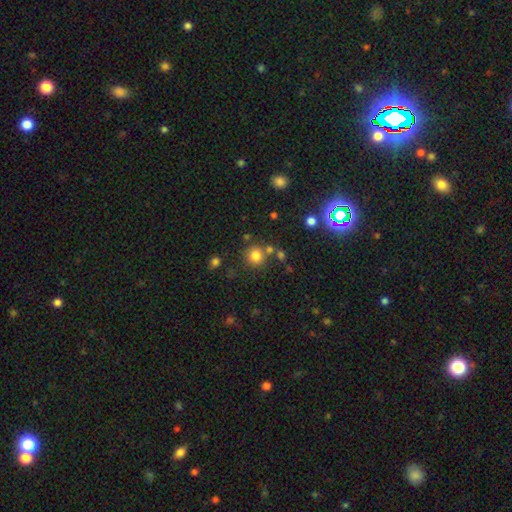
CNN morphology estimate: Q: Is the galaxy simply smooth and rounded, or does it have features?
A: smooth — 80%.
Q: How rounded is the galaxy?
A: round — 92%.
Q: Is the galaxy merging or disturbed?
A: none — 75%.